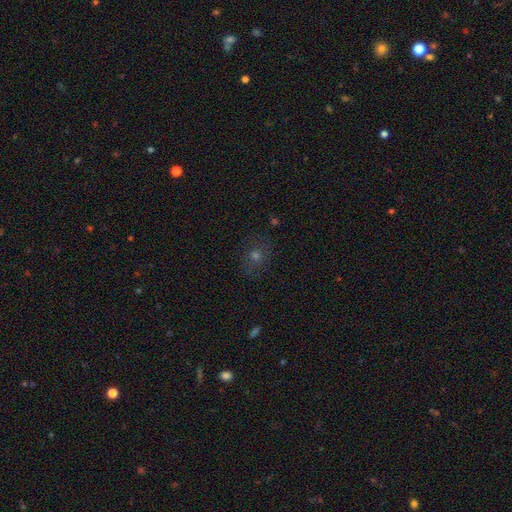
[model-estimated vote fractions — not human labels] Smooth or featured: smooth — 45% (star or artifact — 34%)
Merging: none — 81% (minor disturbance — 12%)